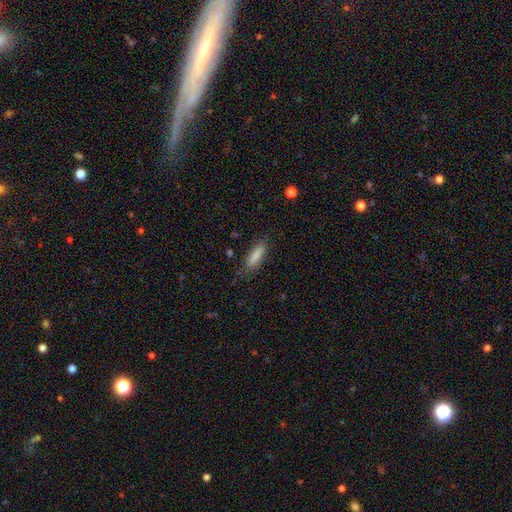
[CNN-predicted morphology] Smooth or featured?
  - smooth: 85% *
  - featured or disk: 8%
  - star or artifact: 7%
How rounded?
  - cigar-shaped: 56% *
  - in between: 42%
  - round: 2%
Merging?
  - none: 76% *
  - minor disturbance: 18%
  - major disturbance: 5%
  - merger: 2%